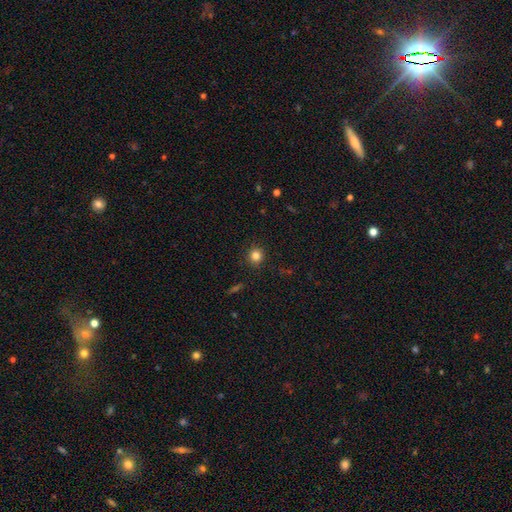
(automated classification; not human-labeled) A smooth galaxy with no disk features (82%) that is round (92%). Merging: none (91%).